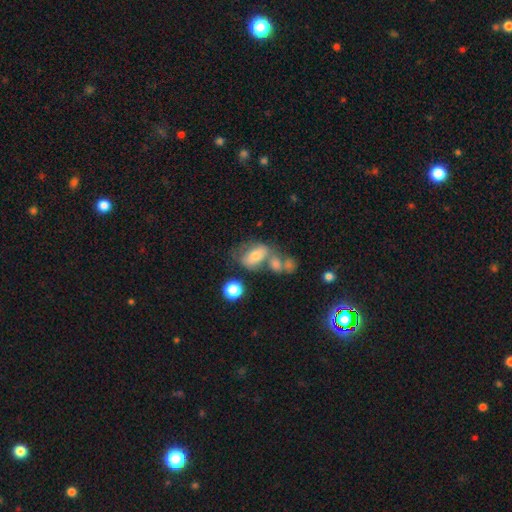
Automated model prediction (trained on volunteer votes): smooth 60%, featured or disk 29%, star or artifact 11%. Down the decision tree: how rounded — in between (79%); merging — merger (38%).